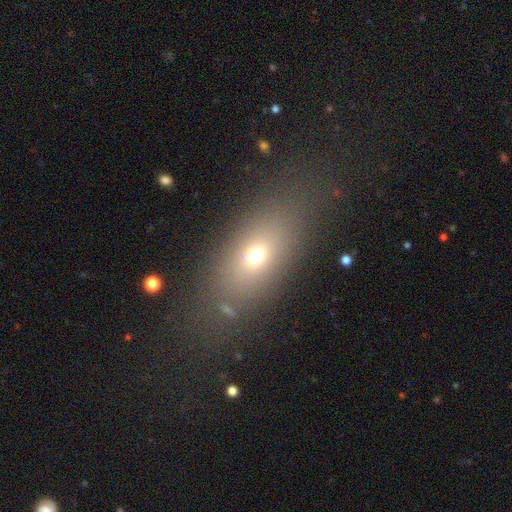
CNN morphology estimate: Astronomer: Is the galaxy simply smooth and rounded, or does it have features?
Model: smooth — 65%.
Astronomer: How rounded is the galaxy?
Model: in between — 73%.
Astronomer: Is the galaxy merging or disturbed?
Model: none — 69%.